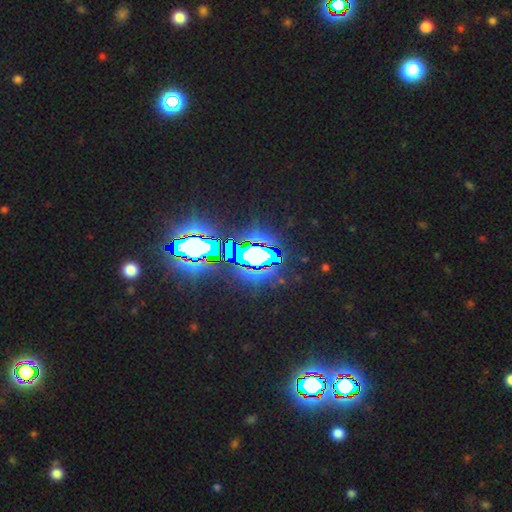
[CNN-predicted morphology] A star or artifact, not a galaxy (70%).

Vote fractions:
- Smooth or featured? star or artifact: 70% / smooth: 18% / featured or disk: 13%